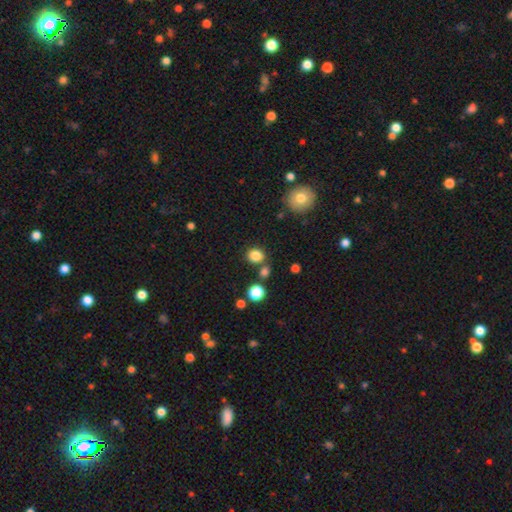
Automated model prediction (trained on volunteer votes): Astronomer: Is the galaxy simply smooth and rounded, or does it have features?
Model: smooth — 83%.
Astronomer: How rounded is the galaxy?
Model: round — 73%.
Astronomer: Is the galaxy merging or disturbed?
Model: none — 75%.